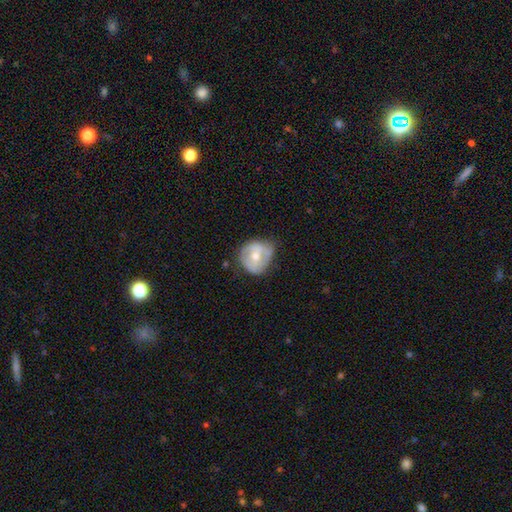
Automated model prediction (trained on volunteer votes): This is possibly a featured or disk galaxy (53%). It is clearly not viewed edge-on (97%). Bar: possibly no (55%). Spiral arm pattern: likely yes (62%). Central bulge: likely moderate (60%). Merging: possibly none (54%).